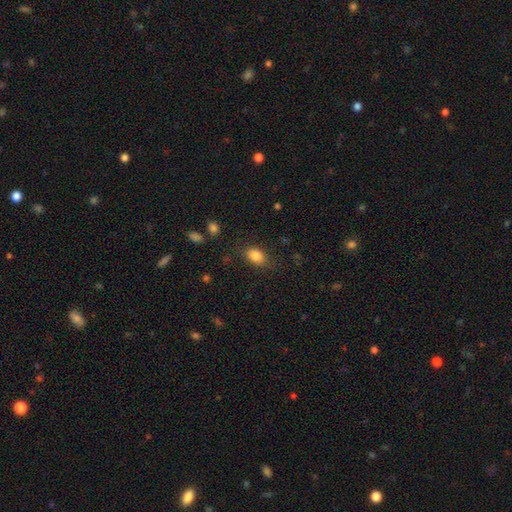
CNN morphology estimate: The model was most divided on "how rounded": in between: 80%, round: 18%, cigar-shaped: 2%. More confident: smooth or featured — smooth (84%); merging — none (79%).